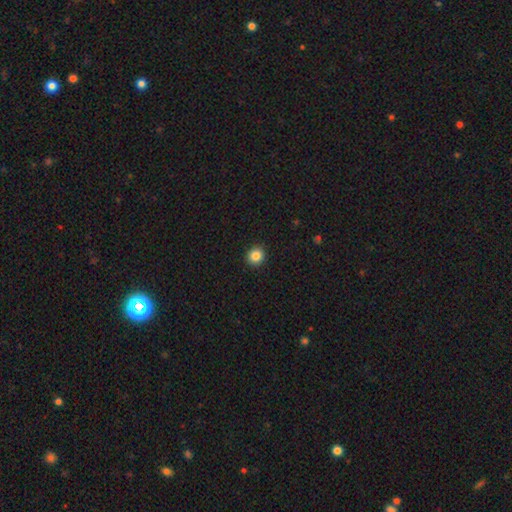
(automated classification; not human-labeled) Smooth or featured: smooth — 85% (star or artifact — 11%)
How rounded: round — 88% (in between — 12%)
Merging: none — 93% (minor disturbance — 4%)